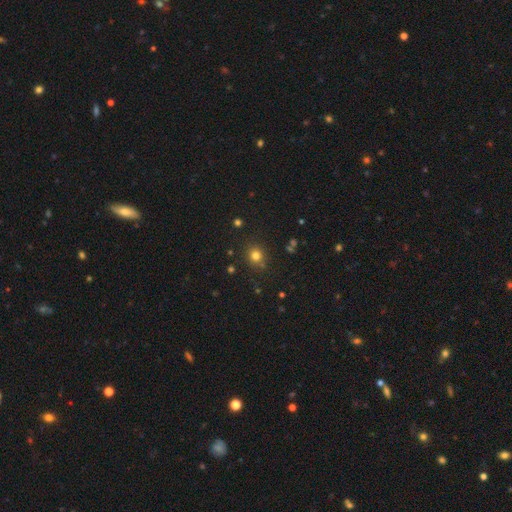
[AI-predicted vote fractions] The model was most divided on "smooth or featured": smooth: 77%, star or artifact: 17%, featured or disk: 6%. More confident: how rounded — round (86%); merging — none (84%).